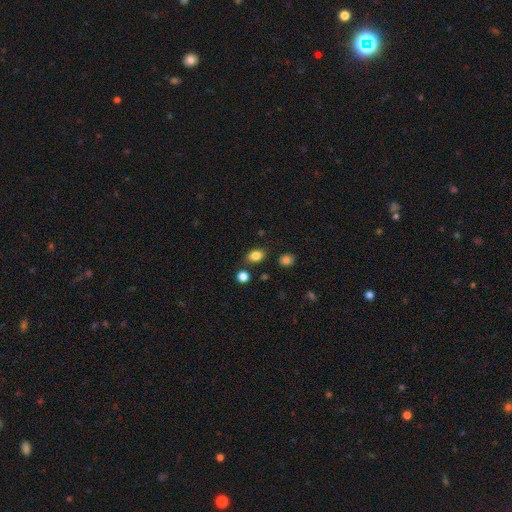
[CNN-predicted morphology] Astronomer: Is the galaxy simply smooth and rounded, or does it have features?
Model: smooth — 83%.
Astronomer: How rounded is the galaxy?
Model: in between — 77%.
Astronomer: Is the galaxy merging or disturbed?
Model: none — 80%.